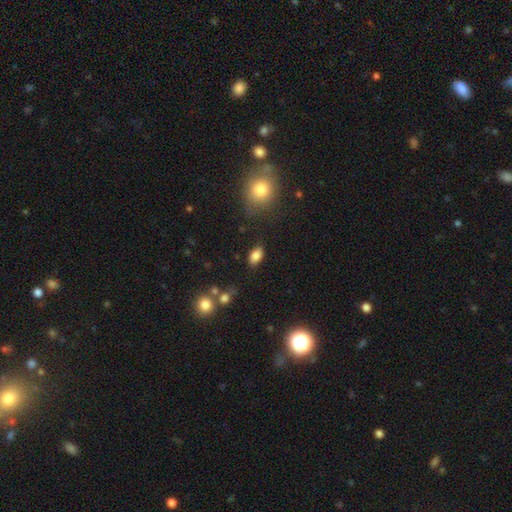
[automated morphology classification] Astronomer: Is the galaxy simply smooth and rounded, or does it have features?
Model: smooth — 84%.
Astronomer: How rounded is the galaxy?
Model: in between — 89%.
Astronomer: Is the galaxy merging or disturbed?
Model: none — 82%.